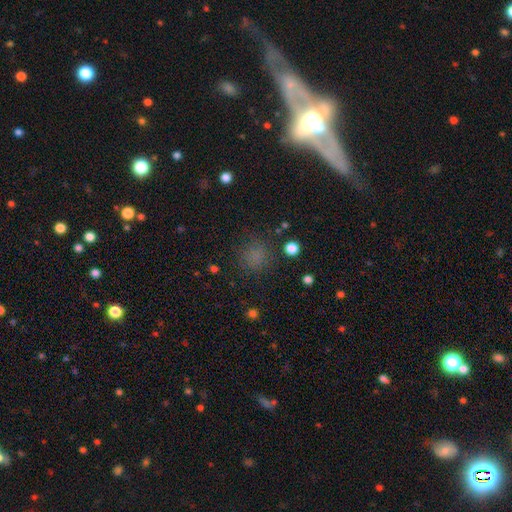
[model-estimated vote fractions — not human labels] smooth-or-featured: smooth: 71% | star or artifact: 23% | featured or disk: 6%
  how-rounded: round: 82% | in between: 17% | cigar-shaped: 2%
  merging: none: 81% | minor disturbance: 11% | major disturbance: 6% | merger: 2%